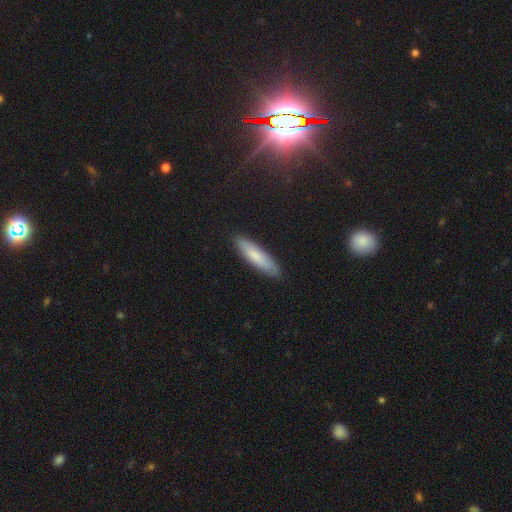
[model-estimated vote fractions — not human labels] A smooth galaxy with no disk features (75%) that is cigar-shaped (74%).

Vote fractions:
- Smooth or featured? smooth: 75% / featured or disk: 19% / star or artifact: 6%
- How rounded? cigar-shaped: 74% / in between: 24% / round: 2%
- Merging? none: 88% / minor disturbance: 9% / major disturbance: 2% / merger: 1%